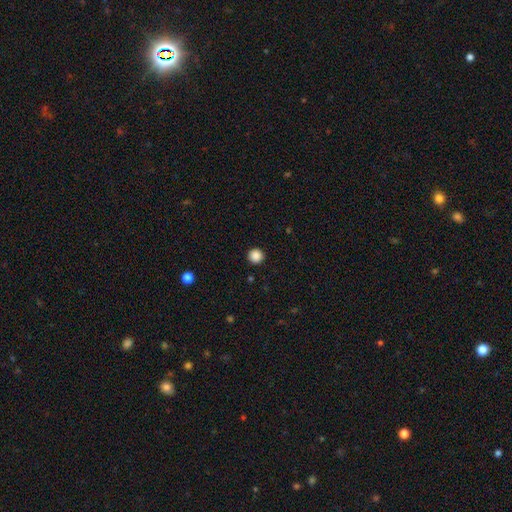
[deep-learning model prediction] smooth_or_featured: smooth (p=0.88) [alt: star or artifact p=0.10]
how_rounded: round (p=0.96) [alt: in between p=0.03]
merging: none (p=0.93) [alt: minor disturbance p=0.04]